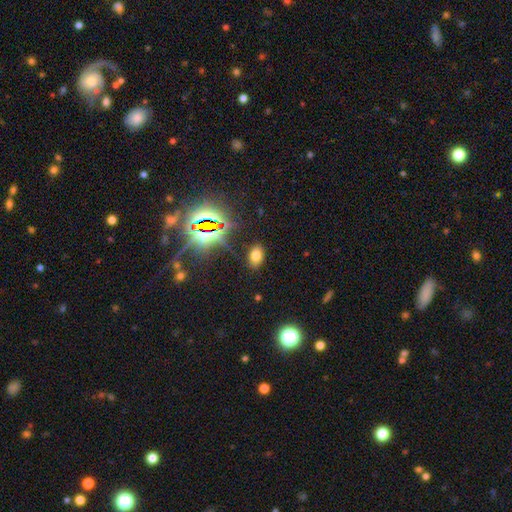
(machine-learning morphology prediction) type=smooth (64%); roundness=in between (87%); merging=none (85%).